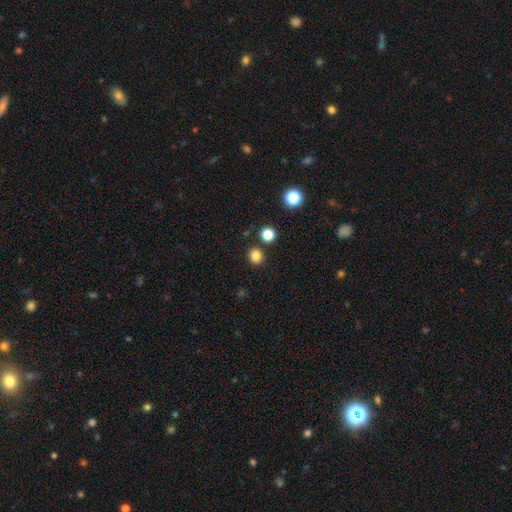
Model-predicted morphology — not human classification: Smooth or featured? smooth (83%)
How rounded? round (84%)
Merging? none (87%)